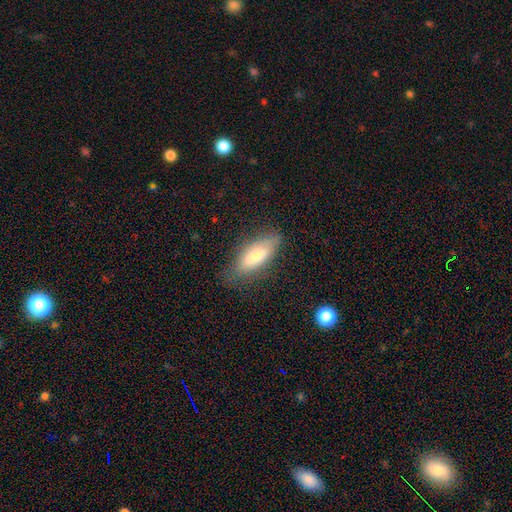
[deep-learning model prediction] A smooth galaxy with no disk features (68%) that is in between round and cigar-shaped (65%). Merging: none (76%).